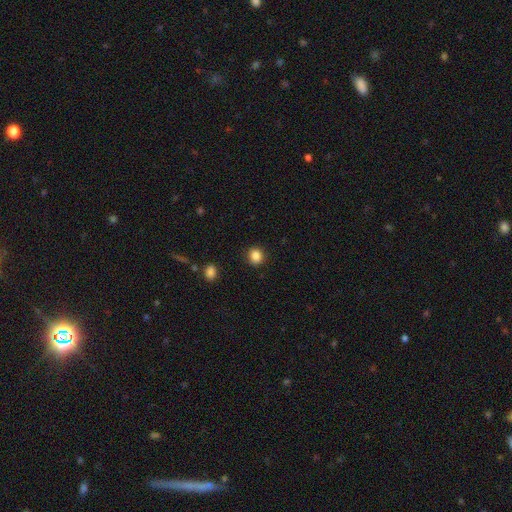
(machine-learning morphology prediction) A smooth galaxy with no disk features (86%) that is round (78%).

Vote fractions:
- Smooth or featured? smooth: 86% / star or artifact: 10% / featured or disk: 4%
- How rounded? round: 78% / in between: 21% / cigar-shaped: 1%
- Merging? none: 90% / minor disturbance: 7% / major disturbance: 2% / merger: 1%